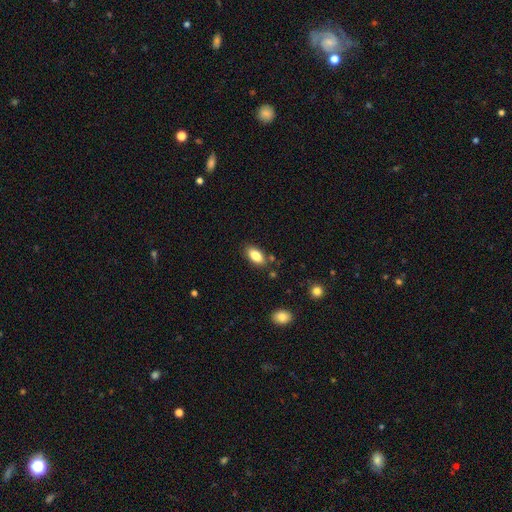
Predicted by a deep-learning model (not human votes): A smooth galaxy with no disk features (86%) that is in between round and cigar-shaped (91%).

Vote fractions:
- Smooth or featured? smooth: 86% / star or artifact: 8% / featured or disk: 7%
- How rounded? in between: 91% / cigar-shaped: 6% / round: 3%
- Merging? none: 83% / minor disturbance: 12% / merger: 3% / major disturbance: 3%